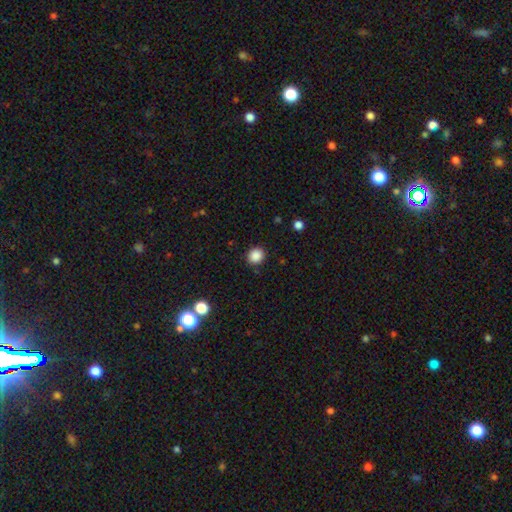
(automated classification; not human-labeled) Overall: smooth (87%). How rounded: round (86%). Merging: none (89%).